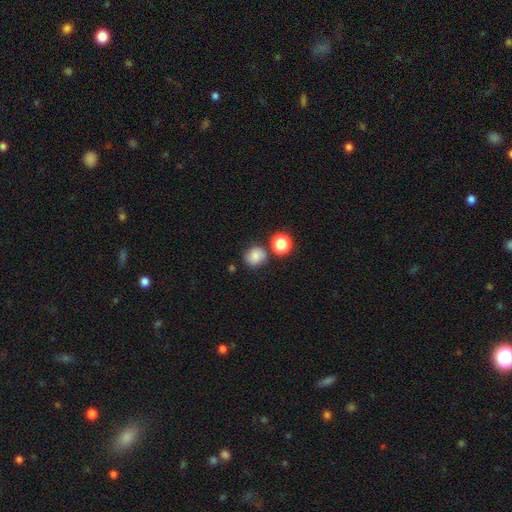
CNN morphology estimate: The model was most divided on "how rounded": round: 78%, in between: 21%, cigar-shaped: 1%. More confident: smooth or featured — smooth (78%); merging — none (72%).